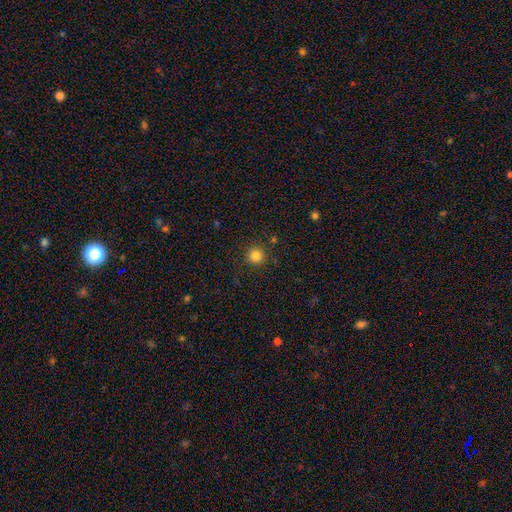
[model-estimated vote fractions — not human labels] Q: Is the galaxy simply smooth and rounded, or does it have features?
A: smooth — 82%.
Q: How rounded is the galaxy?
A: round — 96%.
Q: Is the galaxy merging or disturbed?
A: none — 90%.